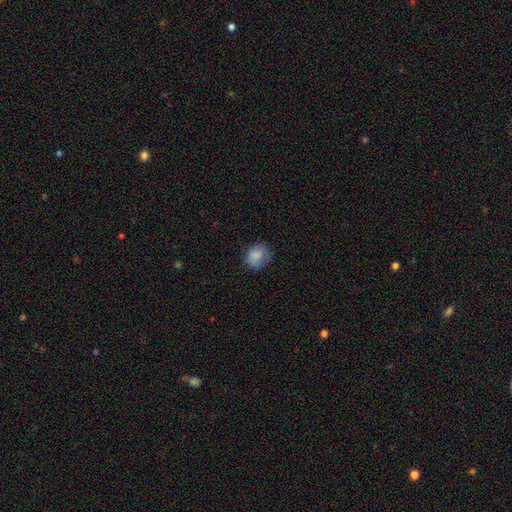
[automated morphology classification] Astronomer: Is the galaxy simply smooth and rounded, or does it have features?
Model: smooth — 80%.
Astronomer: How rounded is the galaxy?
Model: round — 64%.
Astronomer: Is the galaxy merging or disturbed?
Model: none — 66%.